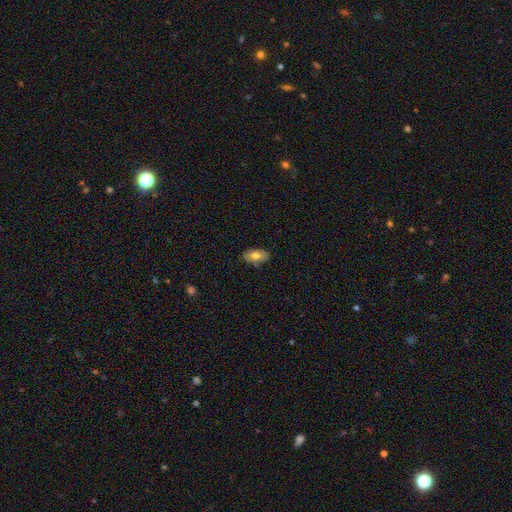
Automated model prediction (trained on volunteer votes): Morphology: type=smooth (72%); roundness=in between (92%); merging=none (83%).